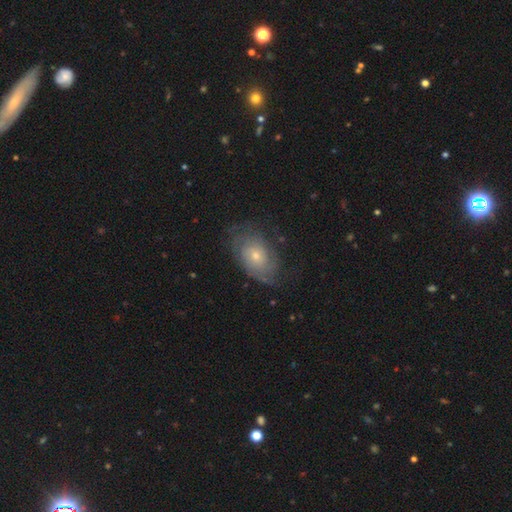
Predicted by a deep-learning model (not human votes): A featured or disk galaxy (62%) with no bar (83%), spiral arms (80%) and a small central bulge (61%). Merging: none (68%).